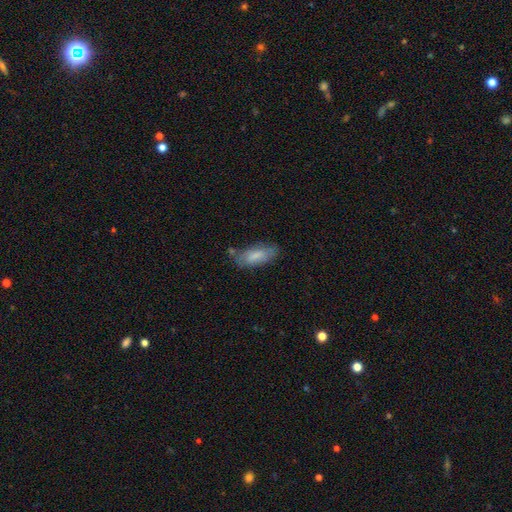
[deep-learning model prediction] smooth-or-featured: smooth: 75% | featured or disk: 18% | star or artifact: 6%
  how-rounded: in between: 72% | cigar-shaped: 27% | round: 2%
  merging: none: 65% | minor disturbance: 24% | major disturbance: 6% | merger: 5%